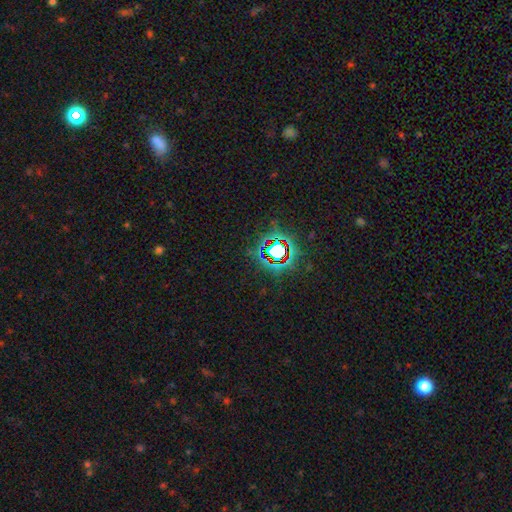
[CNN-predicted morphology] A star or artifact, not a galaxy (80%).

Vote fractions:
- Smooth or featured? star or artifact: 80% / smooth: 12% / featured or disk: 8%